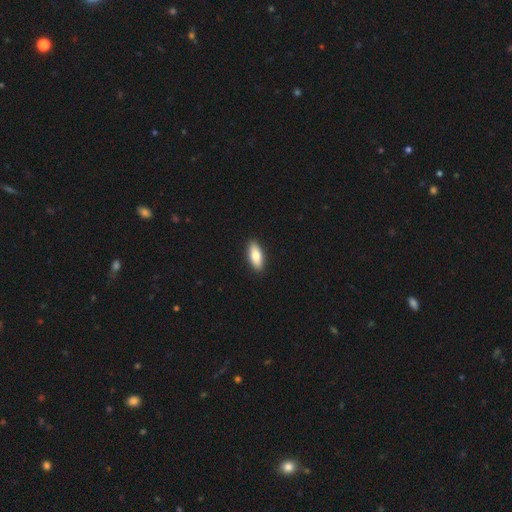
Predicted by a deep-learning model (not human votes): This is clearly a smooth galaxy (80%). How rounded: likely in between (76%). Merging: clearly none (91%).